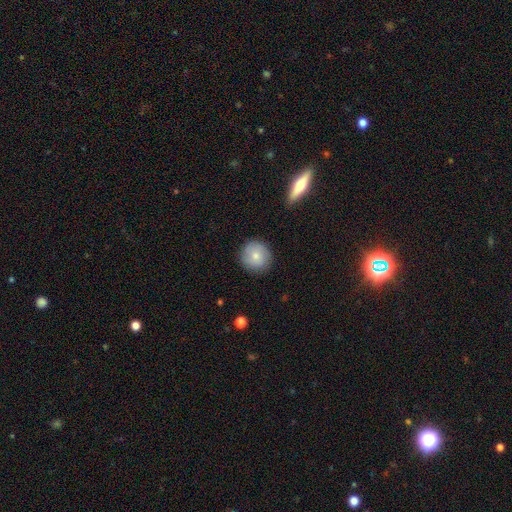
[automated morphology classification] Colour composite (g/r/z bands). It shows a smooth galaxy with no disk features (75%) that is round (92%). Merging: none (86%).